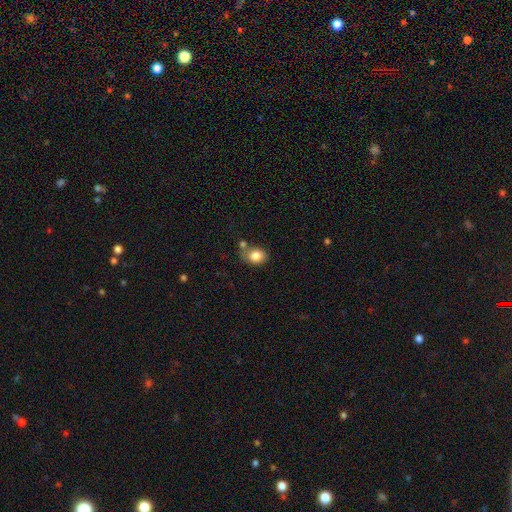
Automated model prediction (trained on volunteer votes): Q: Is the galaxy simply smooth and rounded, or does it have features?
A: smooth — 84%.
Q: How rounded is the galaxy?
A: in between — 56%.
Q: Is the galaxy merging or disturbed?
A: none — 55%.